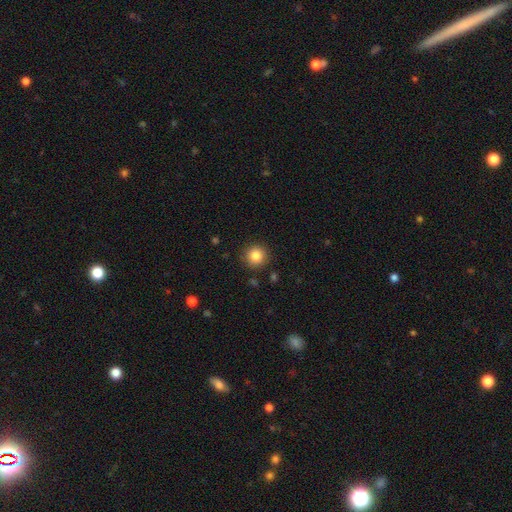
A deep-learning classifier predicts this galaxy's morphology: This is clearly a smooth galaxy (85%). How rounded: clearly round (93%). Merging: clearly none (90%).